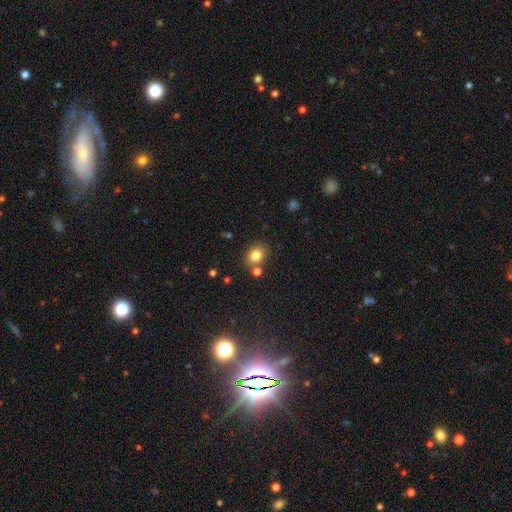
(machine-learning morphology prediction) Smooth or featured?
  - smooth: 81% *
  - star or artifact: 12%
  - featured or disk: 7%
How rounded?
  - round: 61% *
  - in between: 38%
  - cigar-shaped: 1%
Merging?
  - none: 70% *
  - merger: 15%
  - minor disturbance: 11%
  - major disturbance: 3%